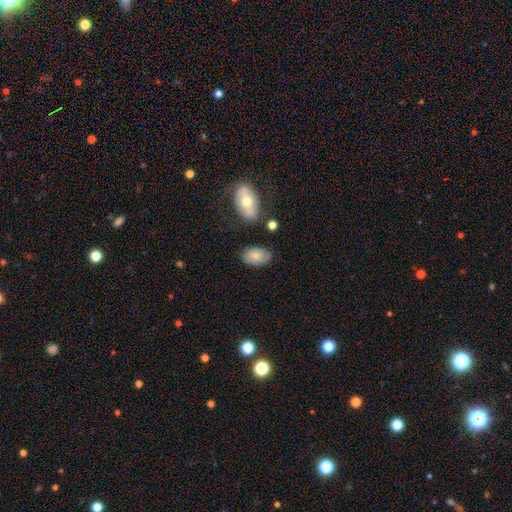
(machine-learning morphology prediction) Smooth or featured? Predicted: smooth (p=0.73). How rounded? Predicted: in between (p=0.89). Merging? Predicted: none (p=0.70).